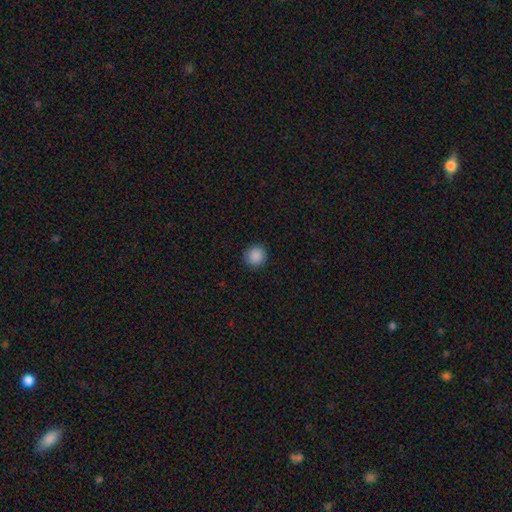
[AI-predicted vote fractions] smooth_or_featured: smooth (p=0.89) [alt: star or artifact p=0.08]
how_rounded: round (p=0.93) [alt: in between p=0.06]
merging: none (p=0.91) [alt: minor disturbance p=0.06]